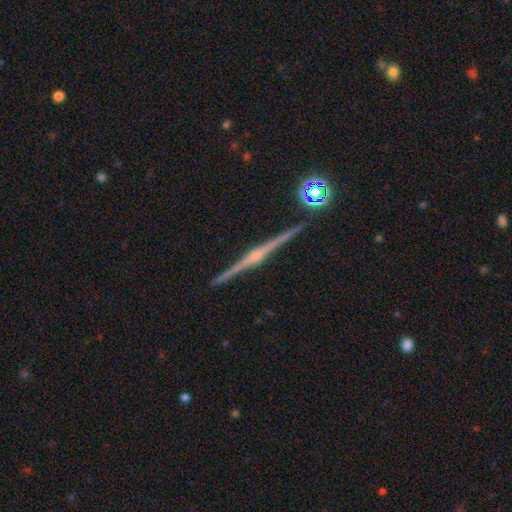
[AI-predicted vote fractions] Overall: featured or disk (88%). Edge-on disk: yes (99%). Edge-on bulge: rounded (82%). Merging: none (92%).